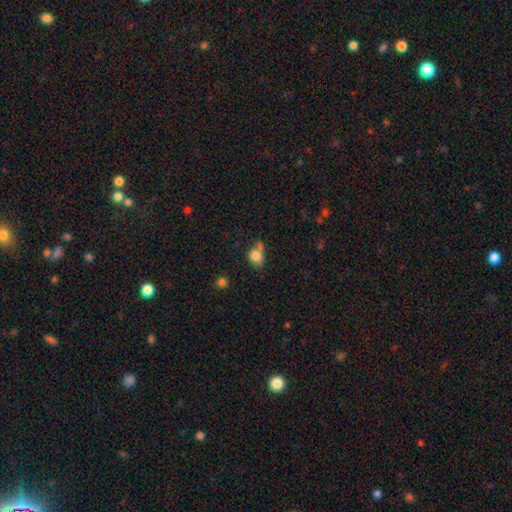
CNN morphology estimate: smooth_or_featured: smooth (p=0.78) [alt: featured or disk p=0.11]
how_rounded: in between (p=0.61) [alt: round p=0.37]
merging: none (p=0.39) [alt: minor disturbance p=0.26]